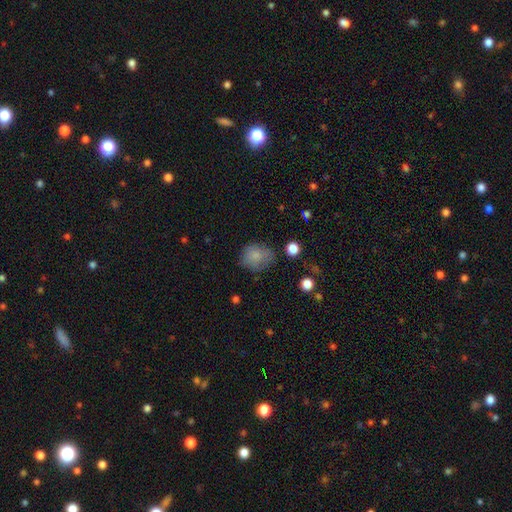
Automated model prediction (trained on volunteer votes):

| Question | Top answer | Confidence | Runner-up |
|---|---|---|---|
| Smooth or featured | smooth | 80% | featured or disk (10%) |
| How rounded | round | 64% | in between (35%) |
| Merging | none | 61% | minor disturbance (26%) |